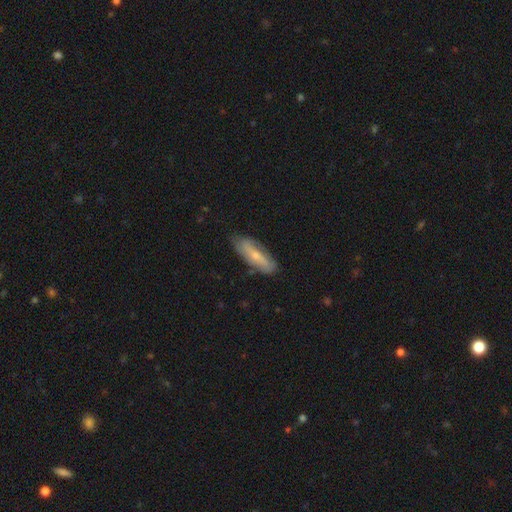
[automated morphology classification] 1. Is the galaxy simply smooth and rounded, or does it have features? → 54% featured or disk, 39% smooth, 6% star or artifact.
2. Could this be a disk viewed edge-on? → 73% no, 27% yes.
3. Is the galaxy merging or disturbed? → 75% none, 19% minor disturbance, 4% major disturbance, 2% merger.